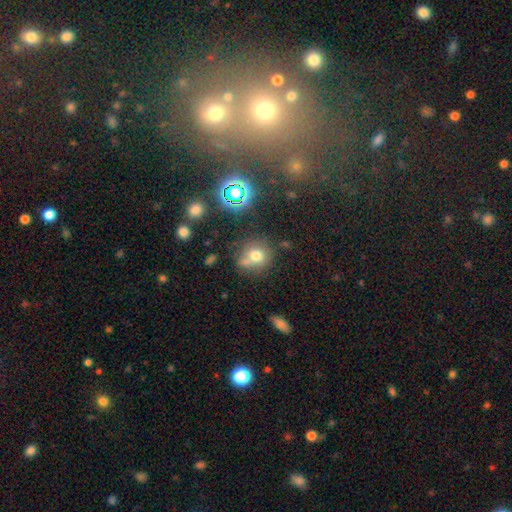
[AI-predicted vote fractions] Morphology: type=smooth (68%); roundness=round (79%); merging=none (55%).